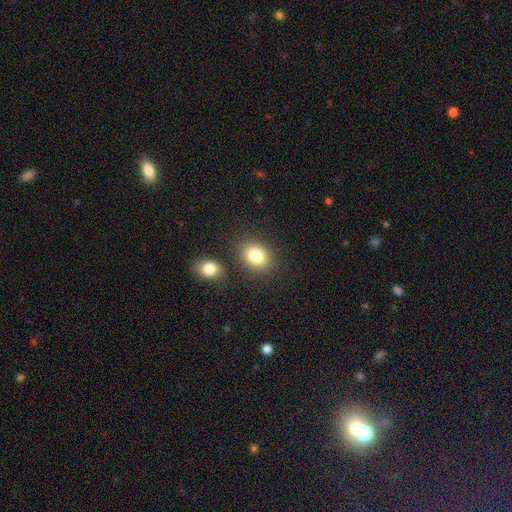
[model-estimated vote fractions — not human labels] smooth 83%, star or artifact 9%, featured or disk 8%. Down the decision tree: how rounded — in between (61%); merging — none (77%).